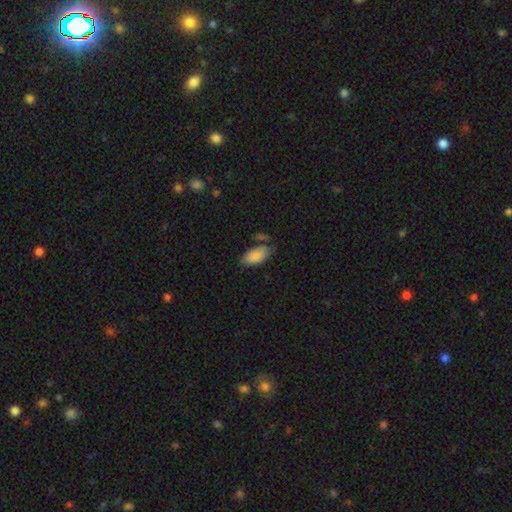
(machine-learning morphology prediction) A smooth galaxy with no disk features (84%) that is in between round and cigar-shaped (93%). Merging: none (63%).